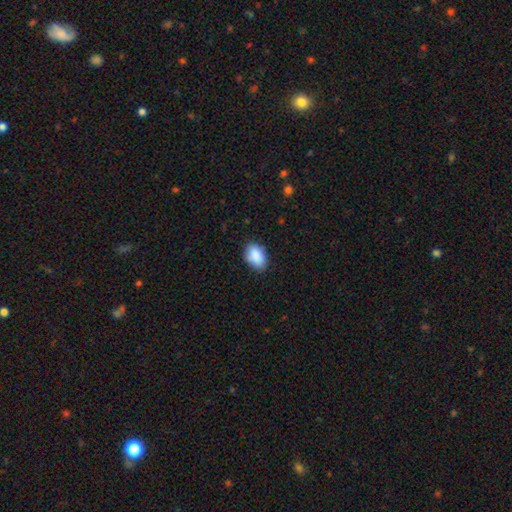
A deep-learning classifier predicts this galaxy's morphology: A smooth galaxy with no disk features (89%) that is in between round and cigar-shaped (89%). Merging: none (82%).